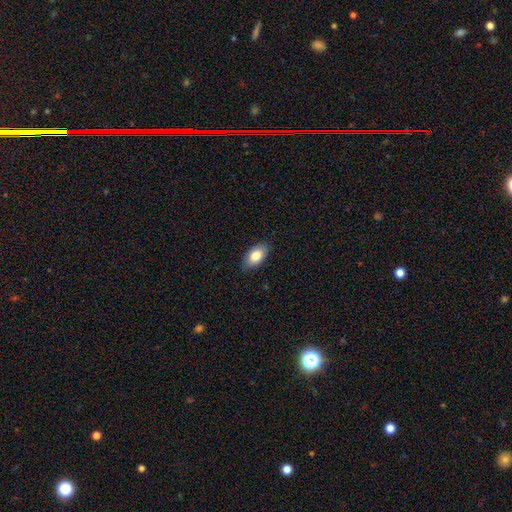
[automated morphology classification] A smooth galaxy with no disk features (80%) that is in between round and cigar-shaped (93%). Merging: none (86%).